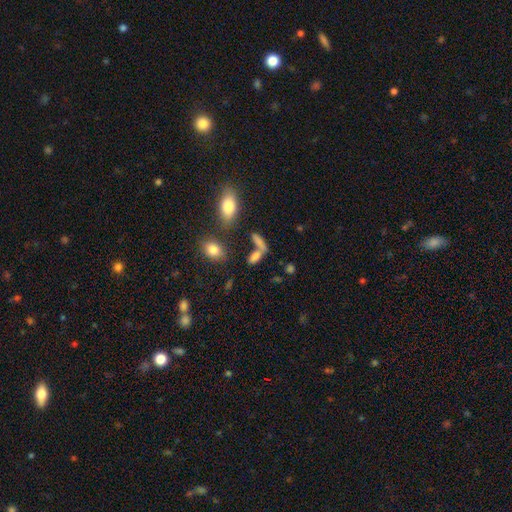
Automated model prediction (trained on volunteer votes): The model was most divided on "merging": none: 42%, merger: 39%, minor disturbance: 11%, major disturbance: 8%. More confident: smooth or featured — smooth (74%); how rounded — in between (67%).